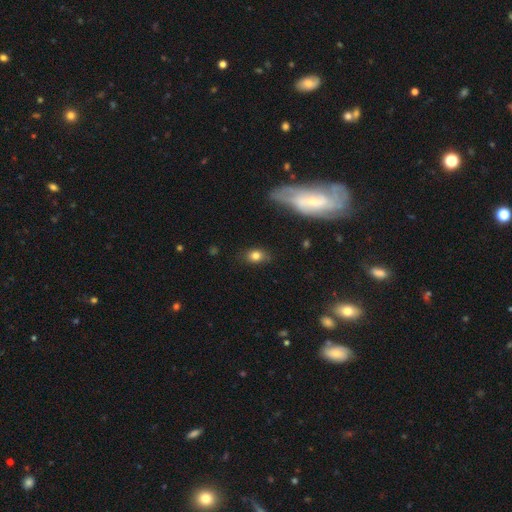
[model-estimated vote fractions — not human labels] Overall: smooth (80%). How rounded: in between (71%). Merging: none (78%).